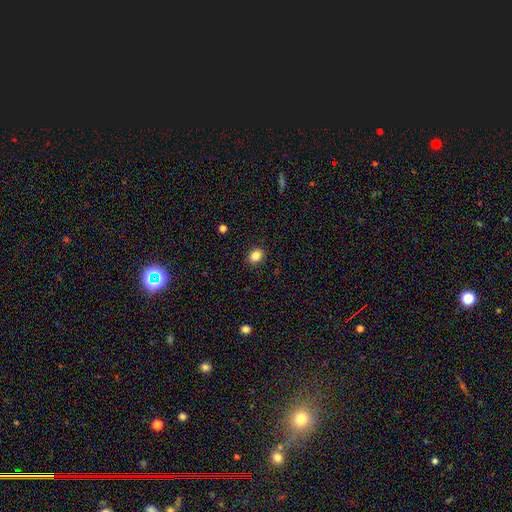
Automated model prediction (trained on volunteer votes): Smooth or featured? Predicted: smooth (p=0.85). How rounded? Predicted: round (p=0.52). Merging? Predicted: none (p=0.90).